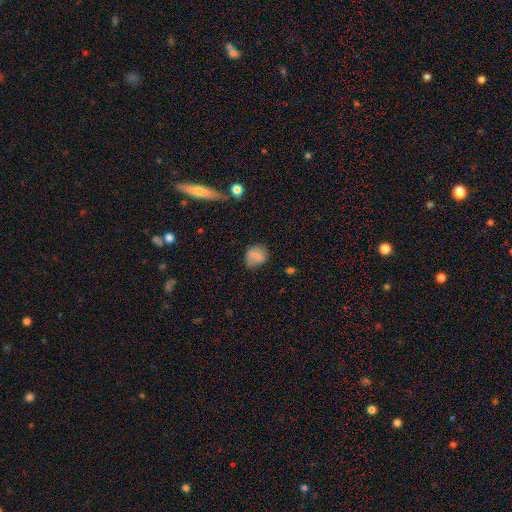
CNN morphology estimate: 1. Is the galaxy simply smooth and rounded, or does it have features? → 70% smooth, 21% featured or disk, 9% star or artifact.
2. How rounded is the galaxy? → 70% round, 29% in between, 1% cigar-shaped.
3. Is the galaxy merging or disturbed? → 70% none, 22% minor disturbance, 6% major disturbance, 2% merger.